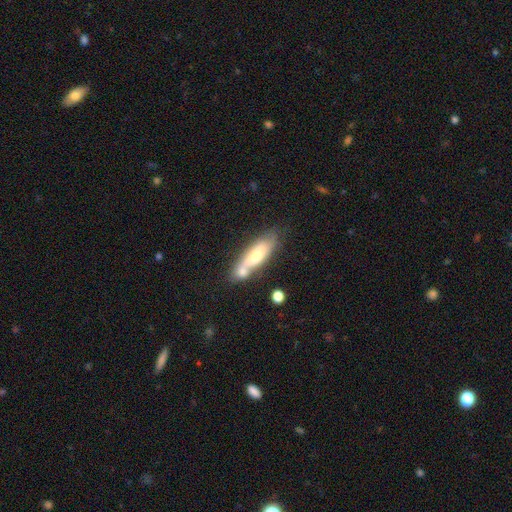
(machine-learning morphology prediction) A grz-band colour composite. It shows a smooth galaxy with no disk features (59%) that is cigar-shaped (54%). Merging: none (43%).